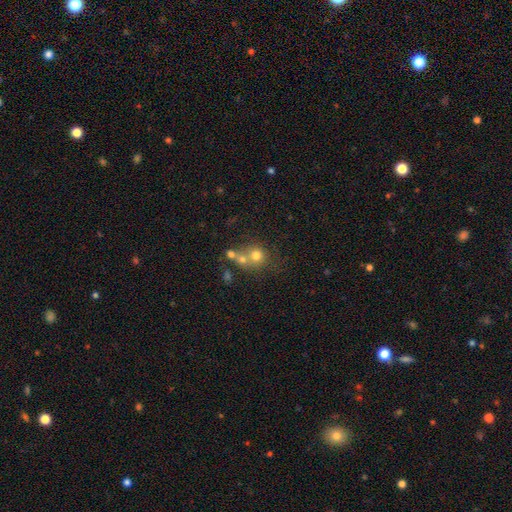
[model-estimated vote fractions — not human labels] Smooth or featured?
  - smooth: 68% *
  - featured or disk: 17%
  - star or artifact: 15%
How rounded?
  - round: 84% *
  - in between: 15%
  - cigar-shaped: 1%
Merging?
  - merger: 44% *
  - none: 43%
  - minor disturbance: 9%
  - major disturbance: 5%